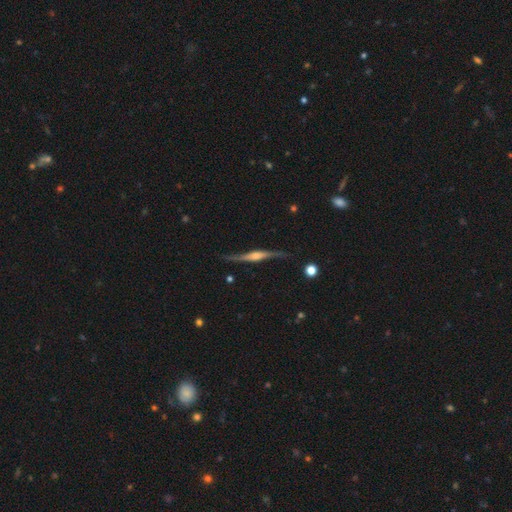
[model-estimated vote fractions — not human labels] Smooth or featured?
  - featured or disk: 83% *
  - smooth: 12%
  - star or artifact: 6%
Edge-on disk?
  - yes: 94% *
  - no: 6%
Edge-on bulge?
  - rounded: 72% *
  - boxy: 20%
  - none: 8%
Merging?
  - none: 80% *
  - minor disturbance: 15%
  - major disturbance: 4%
  - merger: 2%